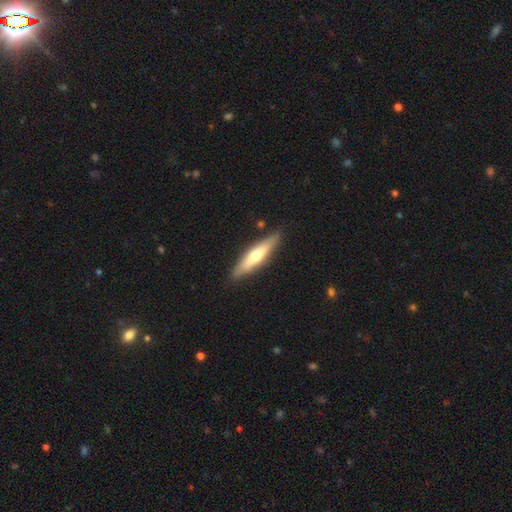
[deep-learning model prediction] A smooth galaxy with no disk features (49%).

Vote fractions:
- Smooth or featured? smooth: 49% / featured or disk: 46% / star or artifact: 5%
- Merging? none: 85% / minor disturbance: 11% / major disturbance: 2% / merger: 2%